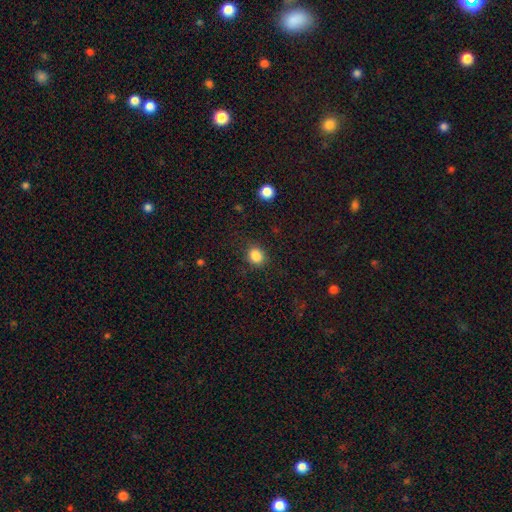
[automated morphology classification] smooth_or_featured: smooth (p=0.85) [alt: star or artifact p=0.11]
how_rounded: round (p=0.66) [alt: in between p=0.33]
merging: none (p=0.84) [alt: minor disturbance p=0.11]